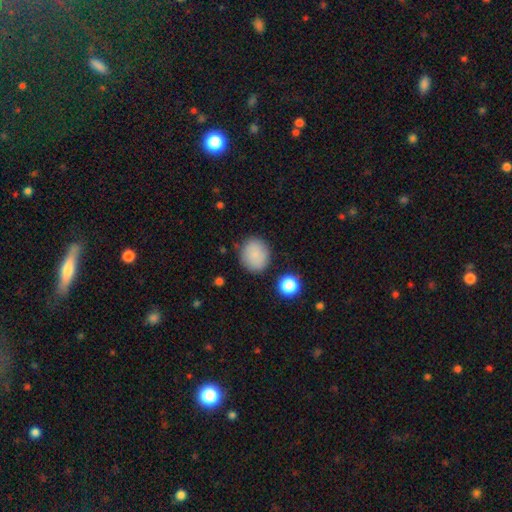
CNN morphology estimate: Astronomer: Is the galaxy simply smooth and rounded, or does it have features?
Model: smooth — 83%.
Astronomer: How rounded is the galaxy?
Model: round — 77%.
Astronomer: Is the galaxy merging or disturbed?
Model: none — 83%.